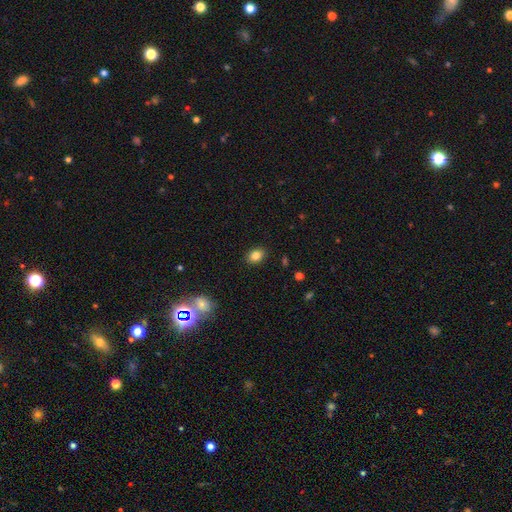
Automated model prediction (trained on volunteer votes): smooth_or_featured: smooth (p=0.83) [alt: star or artifact p=0.10]
how_rounded: in between (p=0.67) [alt: round p=0.32]
merging: none (p=0.89) [alt: minor disturbance p=0.08]